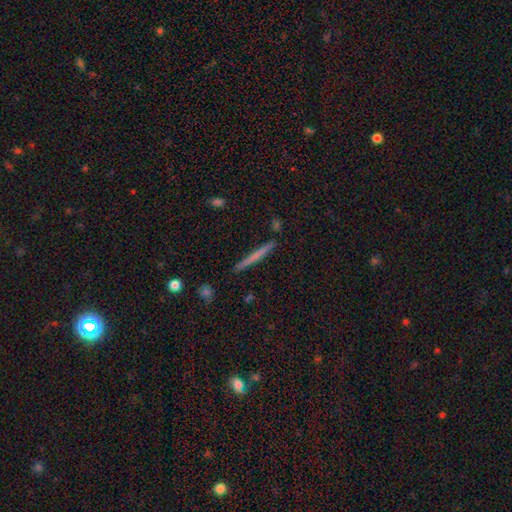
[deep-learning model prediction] smooth 56%, featured or disk 38%, star or artifact 6%. Down the decision tree: how rounded — cigar-shaped (96%); merging — none (89%).